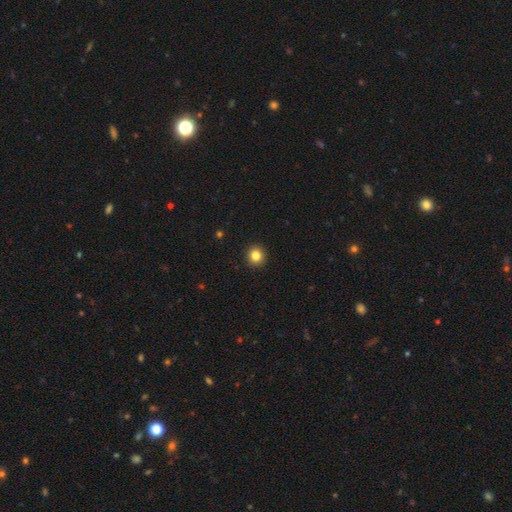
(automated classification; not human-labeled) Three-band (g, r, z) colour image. It shows a smooth galaxy with no disk features (83%) that is round (93%). Merging: none (93%).